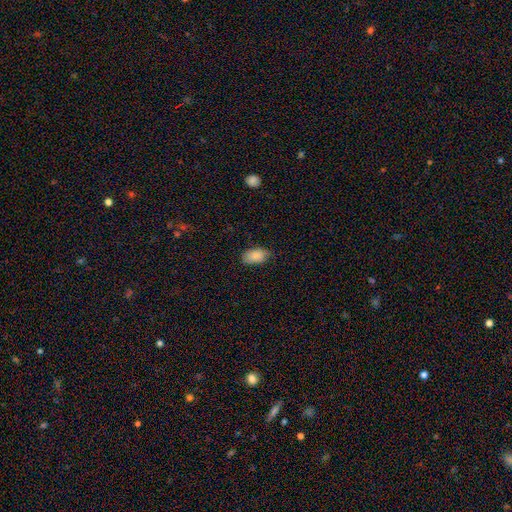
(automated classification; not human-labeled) smooth 86%, star or artifact 7%, featured or disk 7%. Down the decision tree: how rounded — in between (93%); merging — none (75%).